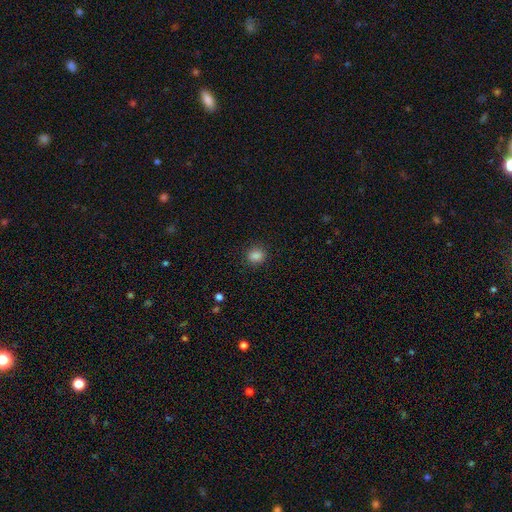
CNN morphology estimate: Smooth or featured? Predicted: smooth (p=0.85). How rounded? Predicted: round (p=0.81). Merging? Predicted: none (p=0.89).